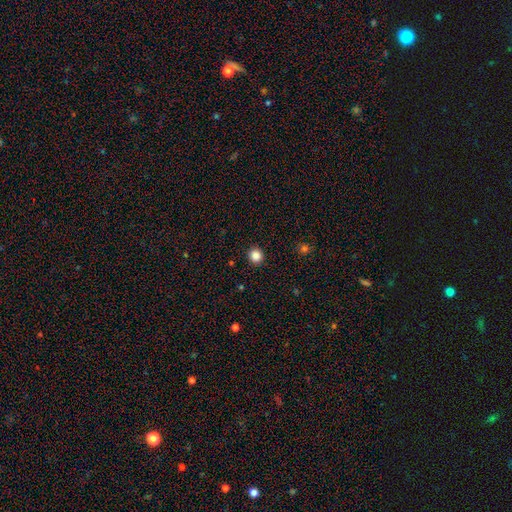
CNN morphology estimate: Smooth or featured: smooth — 86% (star or artifact — 11%)
How rounded: round — 91% (in between — 8%)
Merging: none — 92% (minor disturbance — 5%)